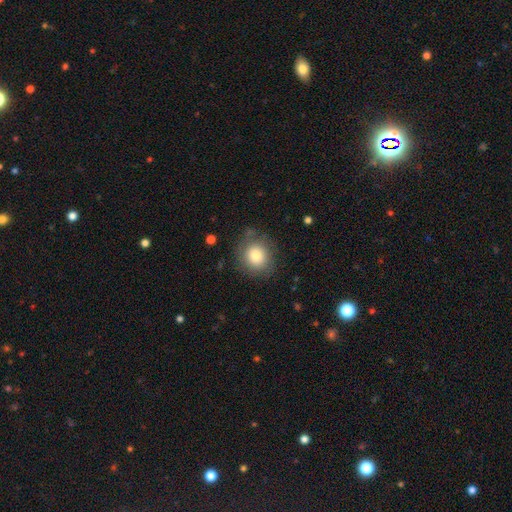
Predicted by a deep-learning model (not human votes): Overall: smooth (80%). How rounded: round (85%). Merging: none (81%).